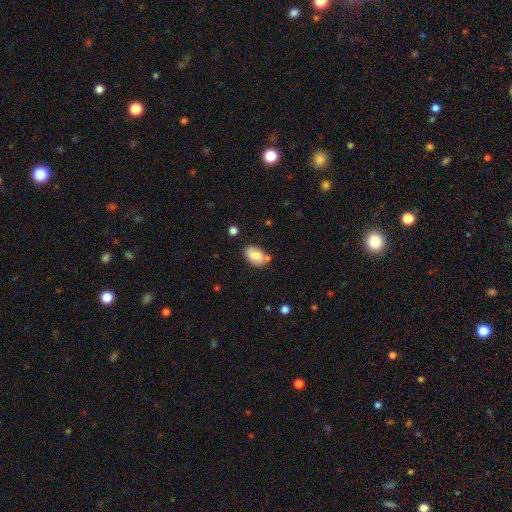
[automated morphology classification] A smooth galaxy with no disk features (77%) that is in between round and cigar-shaped (89%). Merging: none (60%).